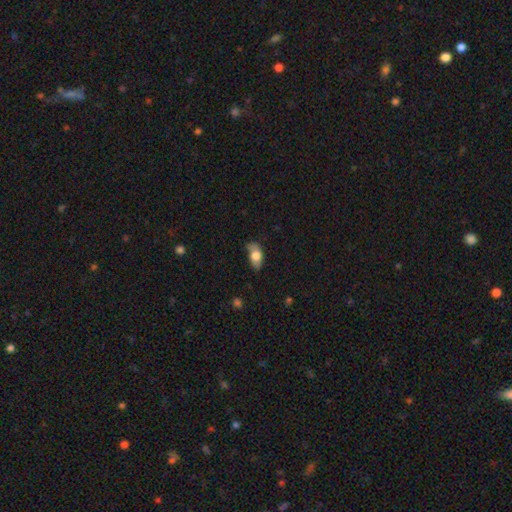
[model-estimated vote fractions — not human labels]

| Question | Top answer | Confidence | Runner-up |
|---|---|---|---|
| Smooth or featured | smooth | 72% | featured or disk (21%) |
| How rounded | in between | 89% | round (6%) |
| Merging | none | 58% | minor disturbance (31%) |